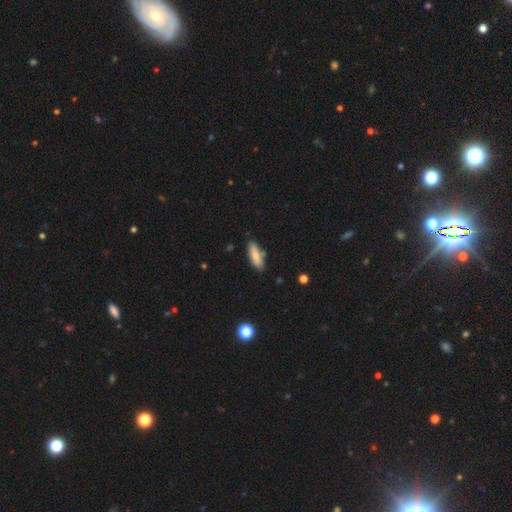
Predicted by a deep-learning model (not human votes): Smooth or featured? Predicted: smooth (p=0.80). How rounded? Predicted: in between (p=0.54). Merging? Predicted: none (p=0.77).